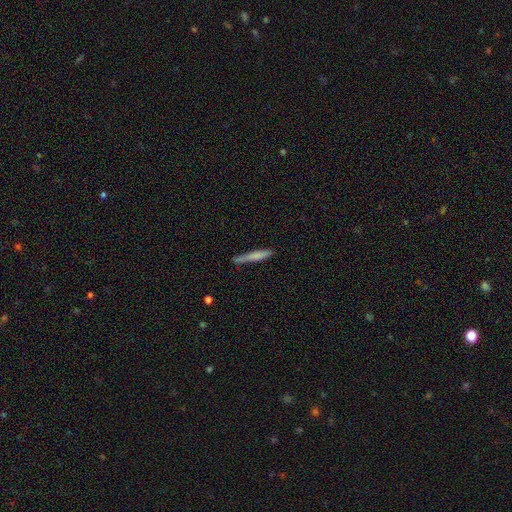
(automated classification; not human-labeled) This is likely a smooth galaxy (72%). How rounded: clearly cigar-shaped (95%). Merging: likely none (76%).